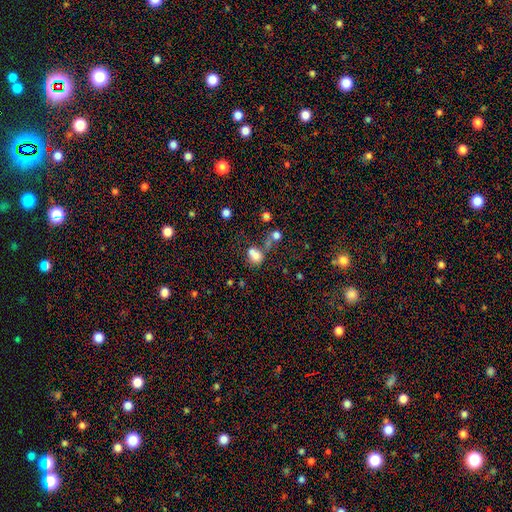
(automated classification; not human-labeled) Q: Smooth or featured?
A: smooth (71%); runner-up: featured or disk (15%)
Q: How rounded?
A: round (62%); runner-up: in between (37%)
Q: Merging?
A: merger (49%); runner-up: none (31%)